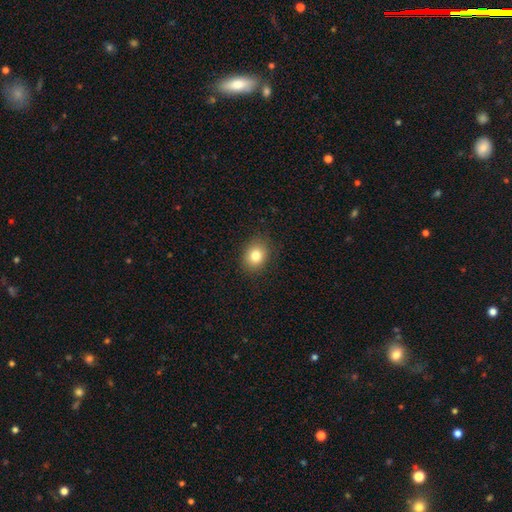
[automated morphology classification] Overall: smooth (81%). How rounded: round (50%; in between 49%). Merging: none (88%).